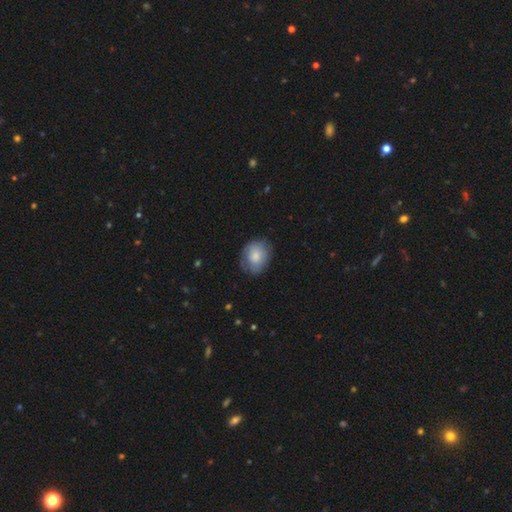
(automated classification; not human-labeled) Morphology: type=smooth (77%); roundness=in between (50%); merging=none (71%).